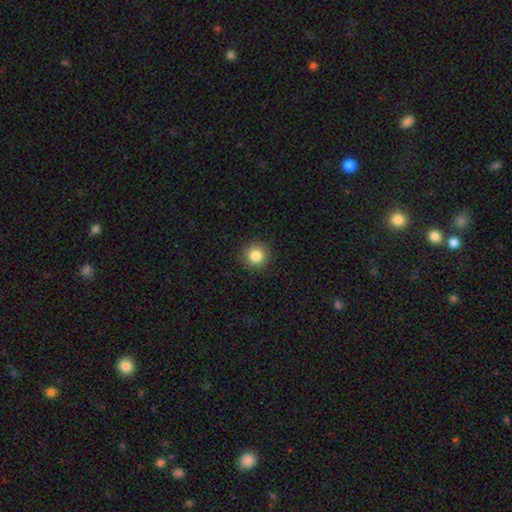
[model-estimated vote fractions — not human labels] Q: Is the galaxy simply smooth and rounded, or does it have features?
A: smooth — 85%.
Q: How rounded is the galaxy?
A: round — 94%.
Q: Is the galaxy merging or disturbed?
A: none — 92%.